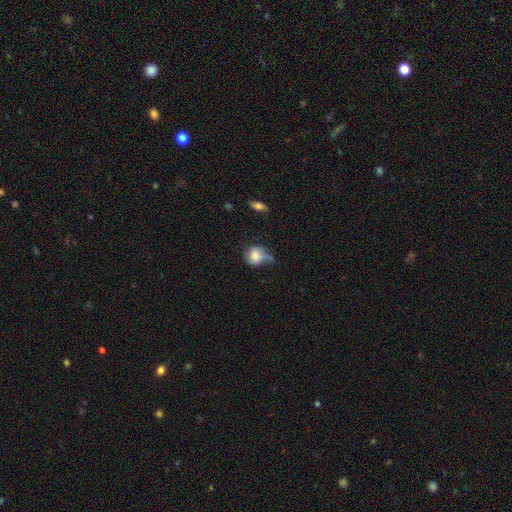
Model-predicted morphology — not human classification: This is likely a smooth galaxy (67%). How rounded: possibly round (60%). Merging: marginally minor disturbance (35%).